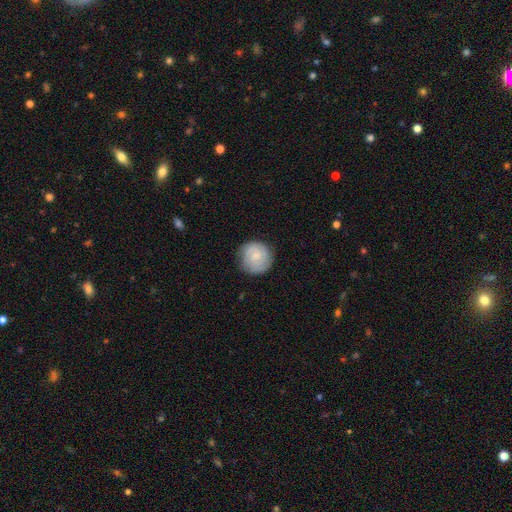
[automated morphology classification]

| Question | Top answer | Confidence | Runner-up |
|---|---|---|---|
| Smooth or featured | featured or disk | 58% | smooth (36%) |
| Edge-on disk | no | 98% | yes (2%) |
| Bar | no | 60% | weak (35%) |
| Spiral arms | yes | 92% | no (8%) |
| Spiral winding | tight | 71% | medium (24%) |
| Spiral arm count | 2 | 55% | can't tell (22%) |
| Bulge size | small | 64% | moderate (22%) |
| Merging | none | 82% | minor disturbance (13%) |